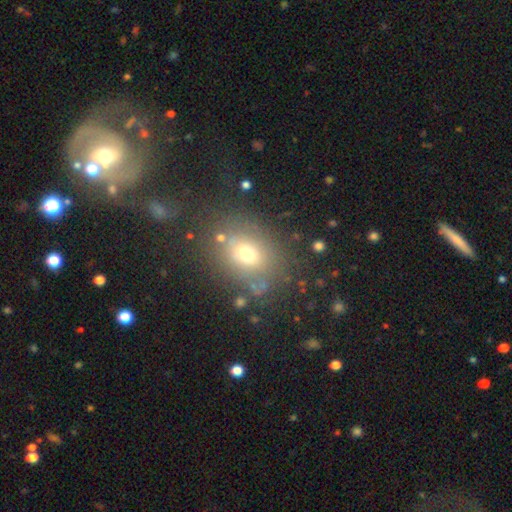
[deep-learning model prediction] The model was most divided on "smooth or featured": smooth: 46%, featured or disk: 27%, star or artifact: 27%. More confident: merging — none (69%).